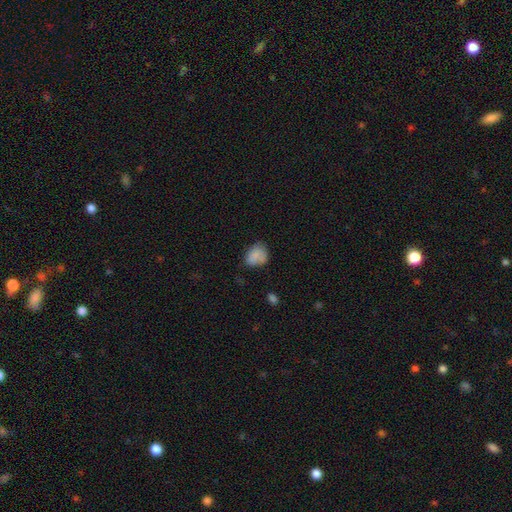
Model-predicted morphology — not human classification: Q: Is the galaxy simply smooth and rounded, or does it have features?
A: smooth — 81%.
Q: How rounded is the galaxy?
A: in between — 67%.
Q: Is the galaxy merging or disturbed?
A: none — 55%.